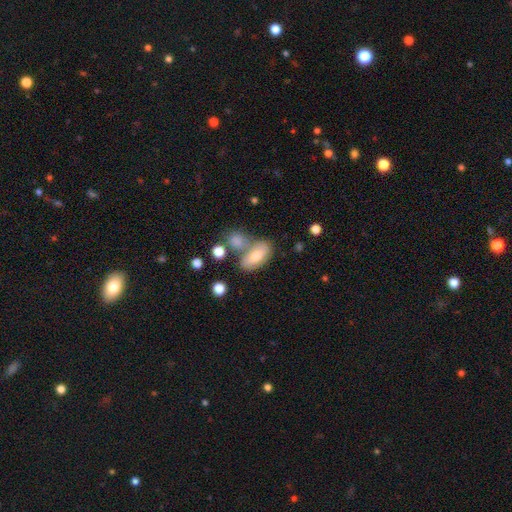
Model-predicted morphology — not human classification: This is likely a smooth galaxy (69%). How rounded: clearly in between (85%). Merging: possibly none (52%).